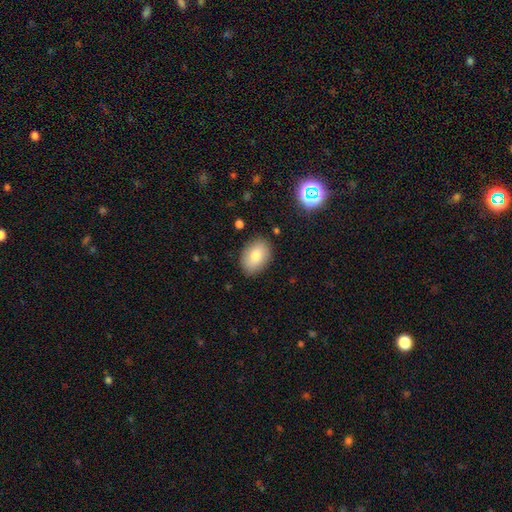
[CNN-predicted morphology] This appears to be a smooth galaxy with no disk features (79%) that is in between round and cigar-shaped (84%). Merging: none (87%).